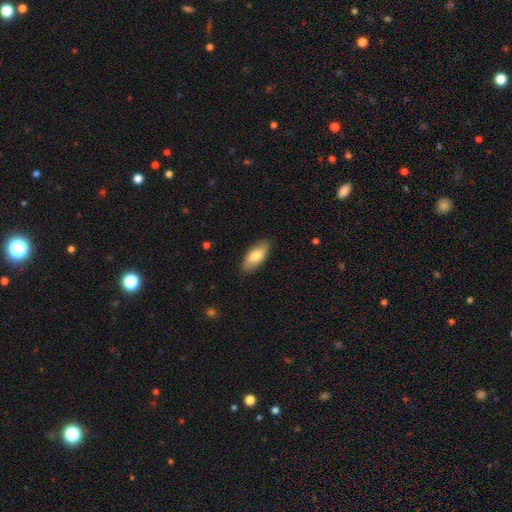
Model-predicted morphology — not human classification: Q: Smooth or featured?
A: smooth (76%); runner-up: featured or disk (18%)
Q: How rounded?
A: in between (85%); runner-up: cigar-shaped (13%)
Q: Merging?
A: none (87%); runner-up: minor disturbance (10%)